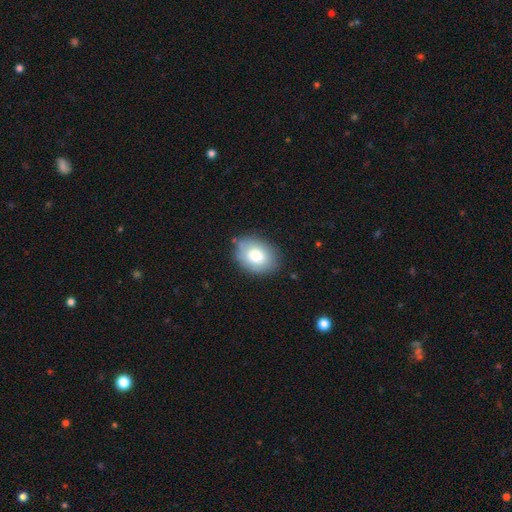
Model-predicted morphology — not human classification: smooth-or-featured: smooth: 76% | featured or disk: 16% | star or artifact: 7%
  how-rounded: in between: 75% | round: 24% | cigar-shaped: 1%
  merging: none: 76% | minor disturbance: 17% | major disturbance: 5% | merger: 2%